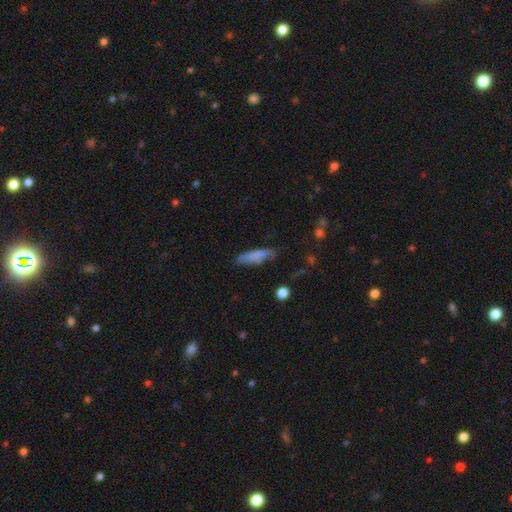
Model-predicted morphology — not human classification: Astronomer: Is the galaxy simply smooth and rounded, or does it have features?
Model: smooth — 75%.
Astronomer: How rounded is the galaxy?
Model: cigar-shaped — 71%.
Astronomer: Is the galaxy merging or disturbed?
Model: none — 68%.